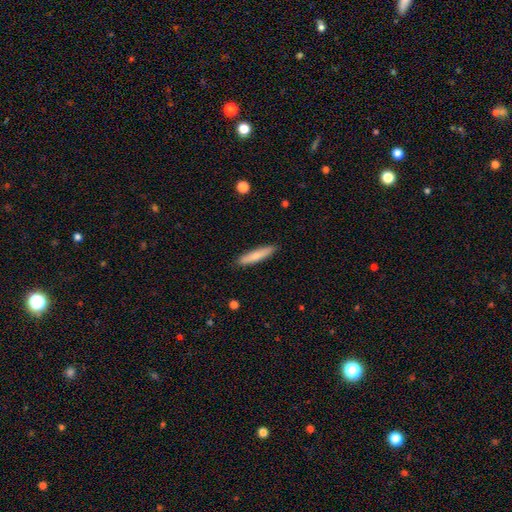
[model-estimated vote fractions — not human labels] Smooth or featured? Predicted: smooth (p=0.74). How rounded? Predicted: cigar-shaped (p=0.88). Merging? Predicted: none (p=0.90).